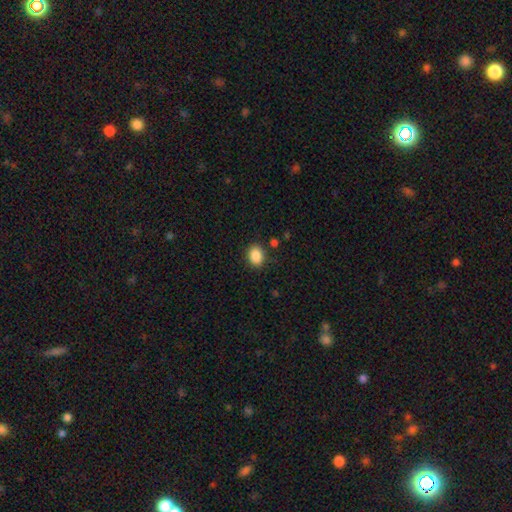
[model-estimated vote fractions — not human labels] smooth 88%, star or artifact 9%, featured or disk 4%. Down the decision tree: how rounded — in between (64%); merging — none (85%).